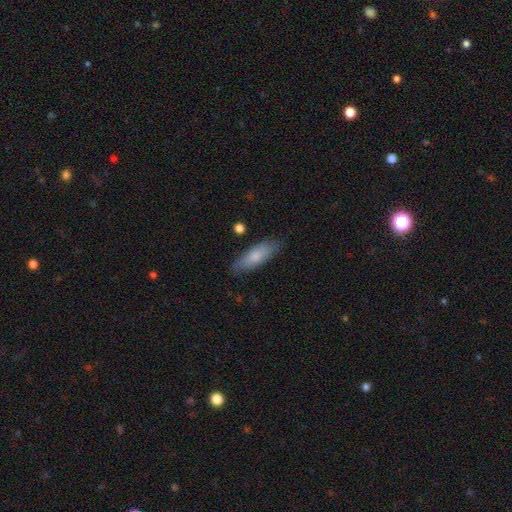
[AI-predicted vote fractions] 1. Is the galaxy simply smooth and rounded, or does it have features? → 75% smooth, 19% featured or disk, 6% star or artifact.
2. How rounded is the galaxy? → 61% in between, 37% cigar-shaped, 2% round.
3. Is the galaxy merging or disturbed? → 79% none, 16% minor disturbance, 3% major disturbance, 2% merger.